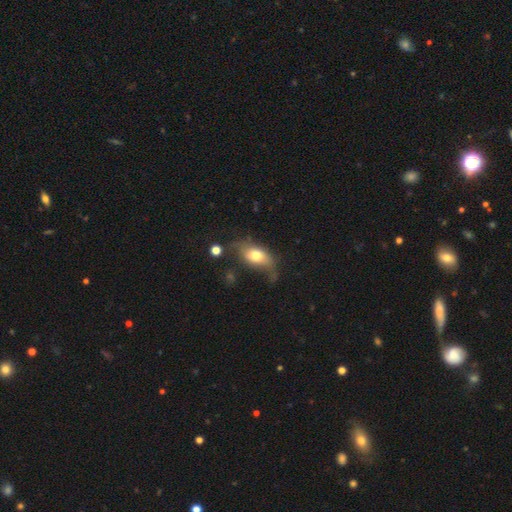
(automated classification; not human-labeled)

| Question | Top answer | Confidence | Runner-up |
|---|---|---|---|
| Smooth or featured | smooth | 68% | featured or disk (24%) |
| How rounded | in between | 84% | round (10%) |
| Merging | none | 43% | minor disturbance (31%) |